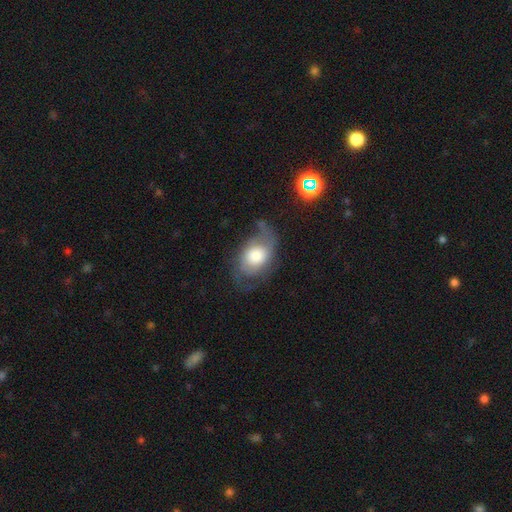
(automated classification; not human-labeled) featured or disk 53%, smooth 40%, star or artifact 7%. Down the decision tree: edge-on disk — no (95%); bar — no (79%); spiral arms — yes (74%); bulge size — large (41%); merging — none (47%).